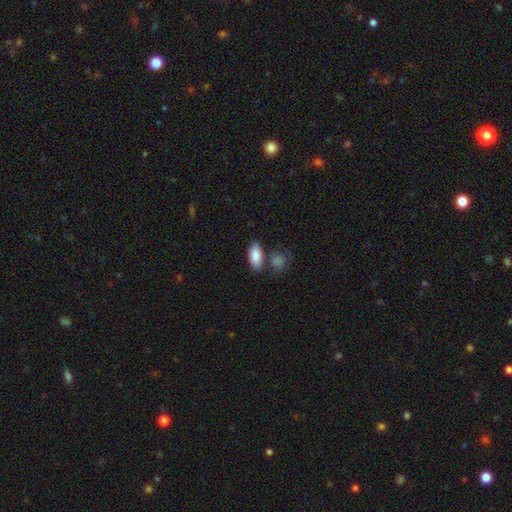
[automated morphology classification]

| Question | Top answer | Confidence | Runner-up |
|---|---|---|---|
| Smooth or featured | smooth | 88% | featured or disk (6%) |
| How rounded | in between | 89% | cigar-shaped (8%) |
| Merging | none | 70% | merger (14%) |